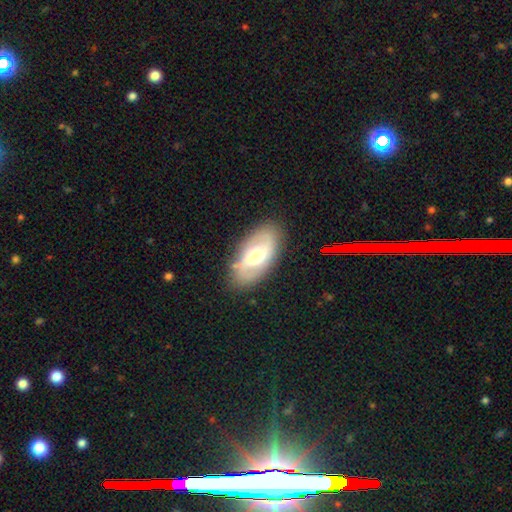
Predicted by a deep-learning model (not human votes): Overall: featured or disk (59%; smooth 34%). Edge-on disk: no (89%). Bar: weak (42%; no 33%). Spiral arms: yes (56%; no 44%). Bulge size: moderate (66%). Merging: none (81%).